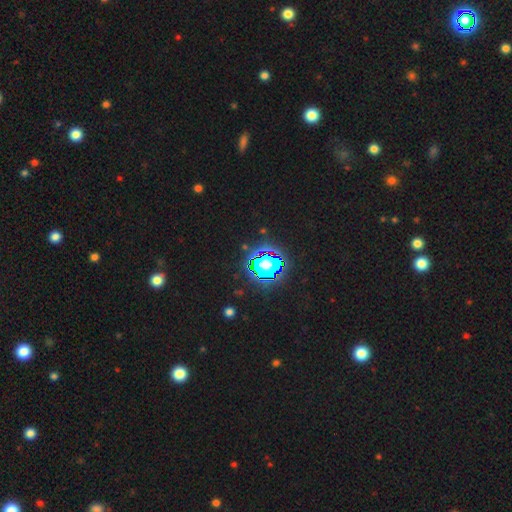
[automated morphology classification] This is clearly a star or artifact rather than a galaxy (82%).